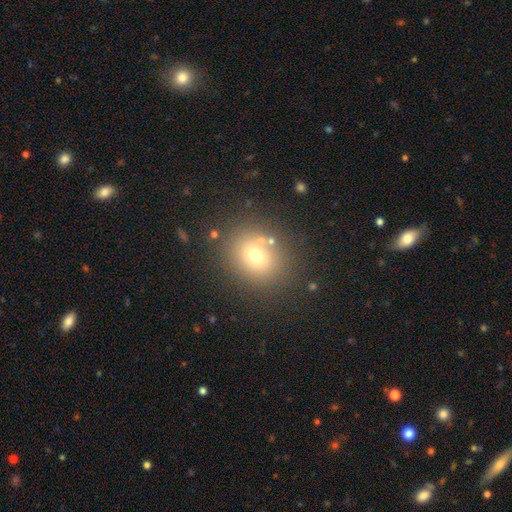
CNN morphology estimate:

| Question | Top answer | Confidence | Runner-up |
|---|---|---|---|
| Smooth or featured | smooth | 68% | star or artifact (18%) |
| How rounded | round | 68% | in between (31%) |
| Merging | none | 79% | minor disturbance (11%) |